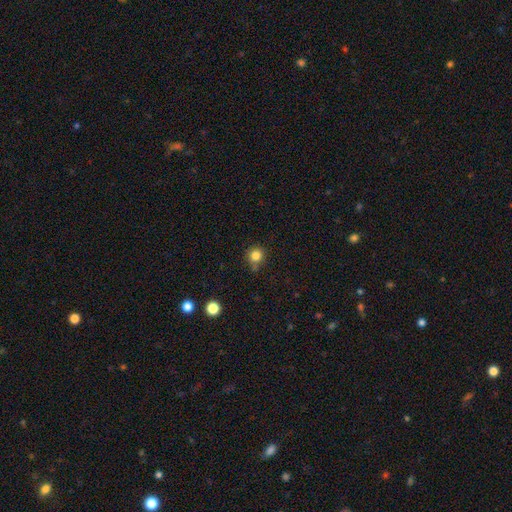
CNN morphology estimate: Overall: smooth (83%). How rounded: round (92%). Merging: none (71%).